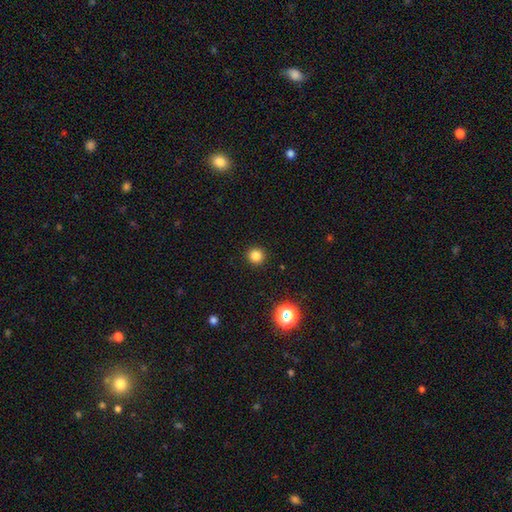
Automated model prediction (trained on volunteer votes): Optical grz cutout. It shows a smooth galaxy with no disk features (82%) that is round (95%). Merging: none (92%).